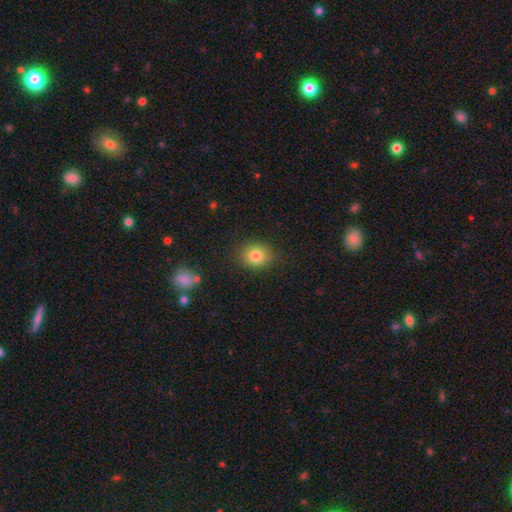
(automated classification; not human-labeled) smooth-or-featured: smooth: 82% | star or artifact: 11% | featured or disk: 7%
  how-rounded: round: 67% | in between: 32% | cigar-shaped: 1%
  merging: none: 86% | minor disturbance: 10% | major disturbance: 3% | merger: 2%